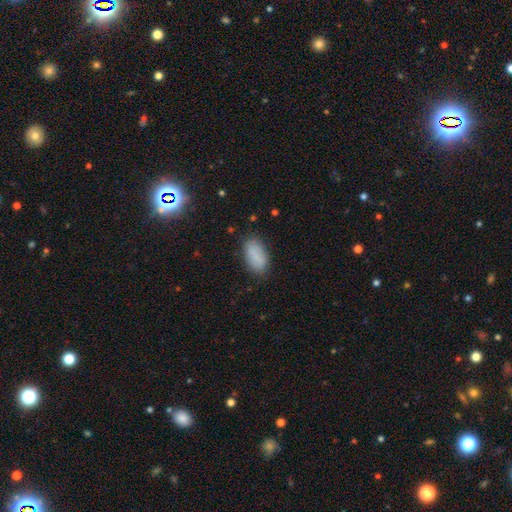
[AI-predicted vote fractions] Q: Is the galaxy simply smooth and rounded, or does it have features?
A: smooth — 83%.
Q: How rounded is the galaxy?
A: in between — 93%.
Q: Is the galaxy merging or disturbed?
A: none — 79%.